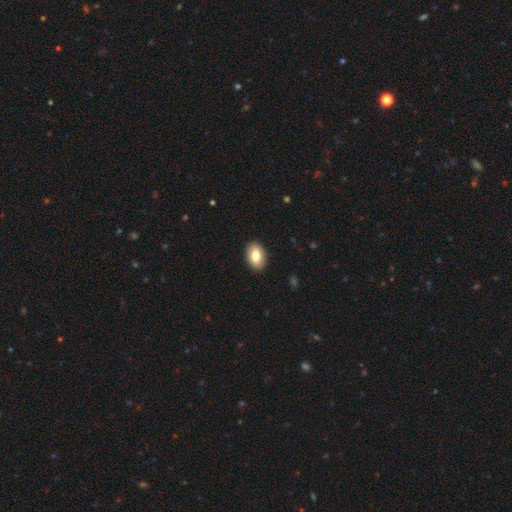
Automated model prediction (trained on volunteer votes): This is clearly a smooth galaxy (82%). How rounded: clearly in between (87%). Merging: clearly none (90%).